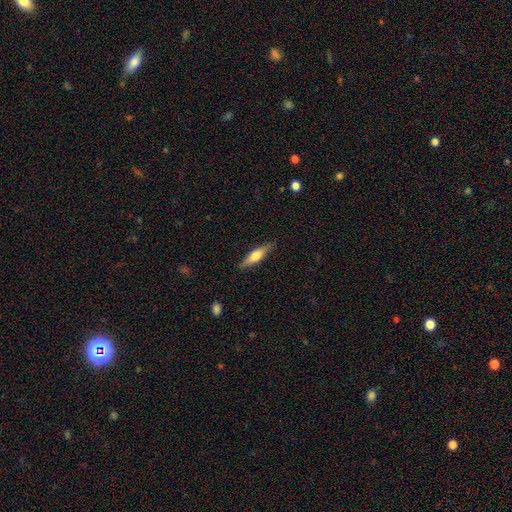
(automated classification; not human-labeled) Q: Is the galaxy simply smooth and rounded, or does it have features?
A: smooth — 50%.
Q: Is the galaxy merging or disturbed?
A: none — 87%.